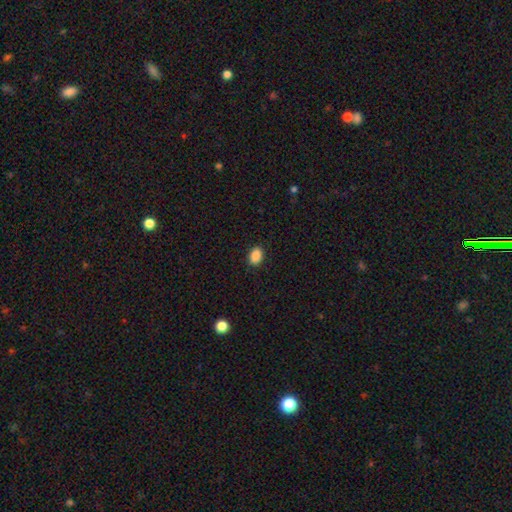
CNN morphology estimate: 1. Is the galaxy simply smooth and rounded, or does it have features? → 89% smooth, 8% star or artifact, 3% featured or disk.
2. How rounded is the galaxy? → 83% in between, 16% round, 1% cigar-shaped.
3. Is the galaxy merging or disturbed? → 90% none, 7% minor disturbance, 2% major disturbance, 1% merger.